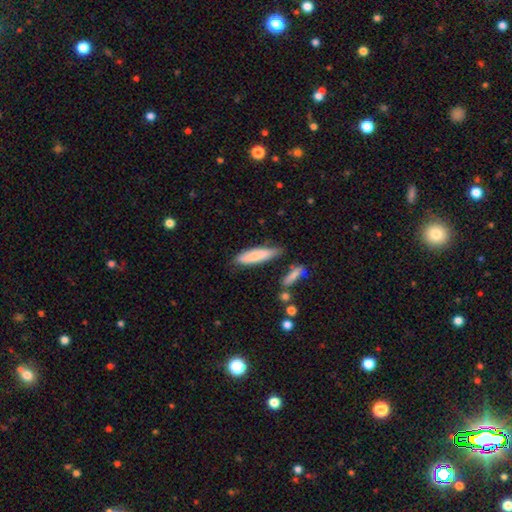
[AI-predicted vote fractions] smooth 79%, featured or disk 14%, star or artifact 6%. Down the decision tree: how rounded — cigar-shaped (66%); merging — none (67%).